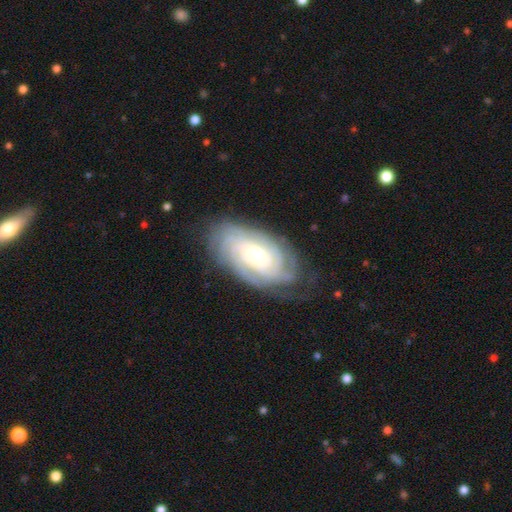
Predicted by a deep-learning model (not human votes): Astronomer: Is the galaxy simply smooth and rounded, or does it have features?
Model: featured or disk — 82%.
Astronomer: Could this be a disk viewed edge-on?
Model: no — 95%.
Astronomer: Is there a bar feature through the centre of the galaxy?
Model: no — 72%.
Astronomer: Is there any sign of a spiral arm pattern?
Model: yes — 96%.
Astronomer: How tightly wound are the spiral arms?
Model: tight — 79%.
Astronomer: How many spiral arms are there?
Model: can't tell — 39% (runner-up: 4, 20%).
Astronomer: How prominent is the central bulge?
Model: small — 46% (runner-up: moderate, 44%).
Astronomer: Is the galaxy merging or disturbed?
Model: none — 75%.